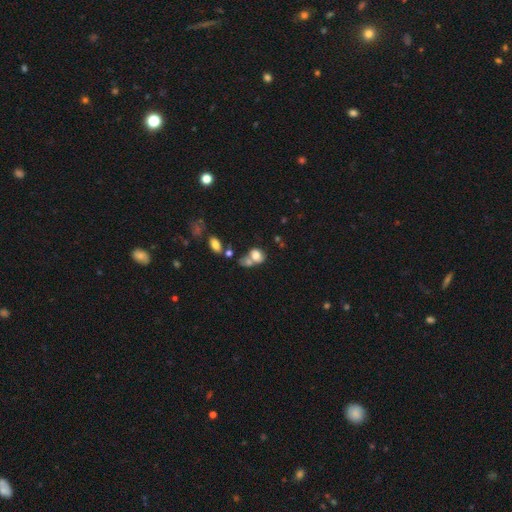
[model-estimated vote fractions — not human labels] smooth_or_featured: smooth (p=0.72) [alt: featured or disk p=0.16]
how_rounded: in between (p=0.58) [alt: round p=0.41]
merging: merger (p=0.50) [alt: none p=0.26]